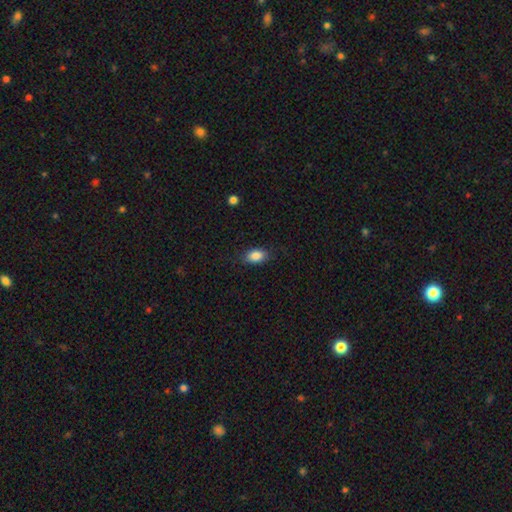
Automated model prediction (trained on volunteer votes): A smooth galaxy with no disk features (87%) that is in between round and cigar-shaped (88%). Merging: none (83%).